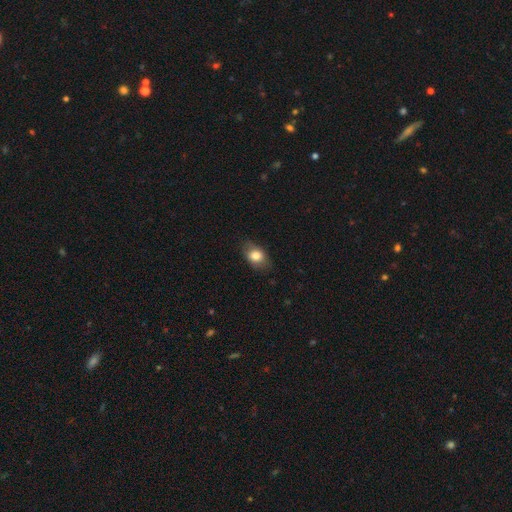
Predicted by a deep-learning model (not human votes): Smooth or featured? Predicted: smooth (p=0.79). How rounded? Predicted: in between (p=0.79). Merging? Predicted: none (p=0.78).